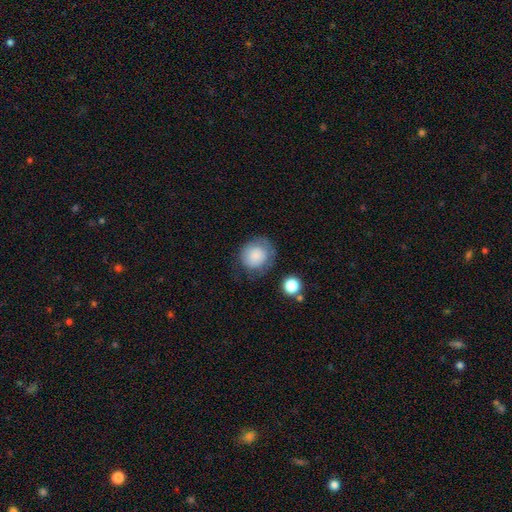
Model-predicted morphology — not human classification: smooth_or_featured: smooth (p=0.81) [alt: featured or disk p=0.11]
how_rounded: round (p=0.80) [alt: in between p=0.19]
merging: none (p=0.62) [alt: minor disturbance p=0.24]